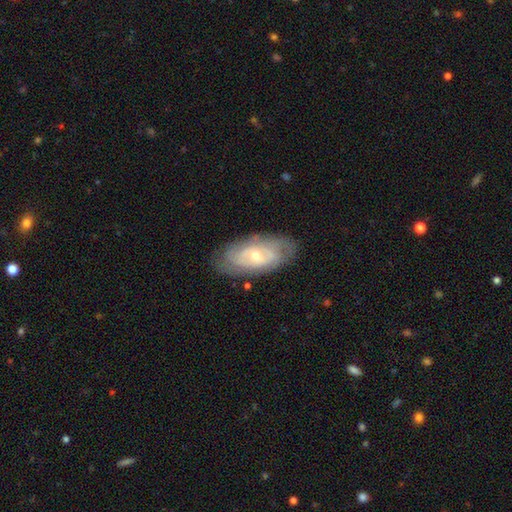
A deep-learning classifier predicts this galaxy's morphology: Q: Smooth or featured?
A: featured or disk (72%); runner-up: smooth (21%)
Q: Edge-on disk?
A: no (91%); runner-up: yes (9%)
Q: Bar?
A: no (64%); runner-up: weak (28%)
Q: Spiral arms?
A: yes (76%); runner-up: no (24%)
Q: Spiral winding?
A: tight (64%); runner-up: medium (27%)
Q: Spiral arm count?
A: can't tell (50%); runner-up: 2 (31%)
Q: Bulge size?
A: small (53%); runner-up: moderate (44%)
Q: Merging?
A: none (79%); runner-up: minor disturbance (16%)